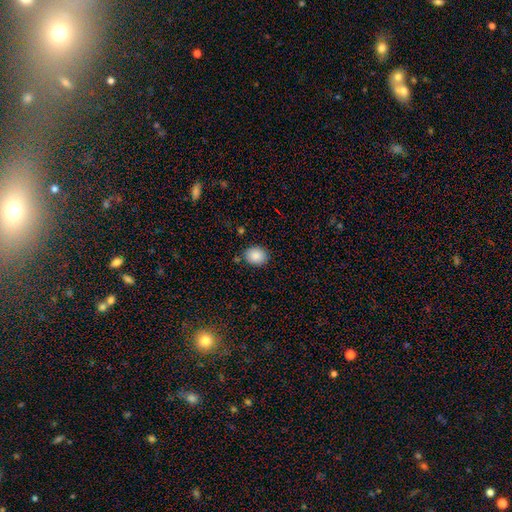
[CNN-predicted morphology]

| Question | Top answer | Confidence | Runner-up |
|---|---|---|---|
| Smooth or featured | smooth | 87% | star or artifact (8%) |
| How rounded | round | 54% | in between (45%) |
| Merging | none | 84% | minor disturbance (10%) |